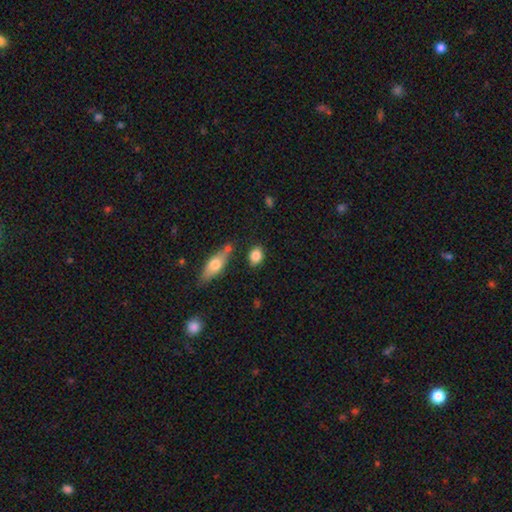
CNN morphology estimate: Smooth or featured? Predicted: smooth (p=0.83). How rounded? Predicted: in between (p=0.69). Merging? Predicted: none (p=0.75).